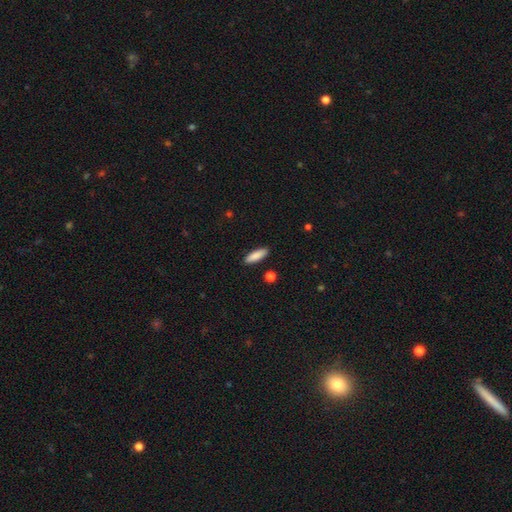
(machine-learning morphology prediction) A smooth galaxy with no disk features (87%) that is cigar-shaped (51%). Merging: none (89%).